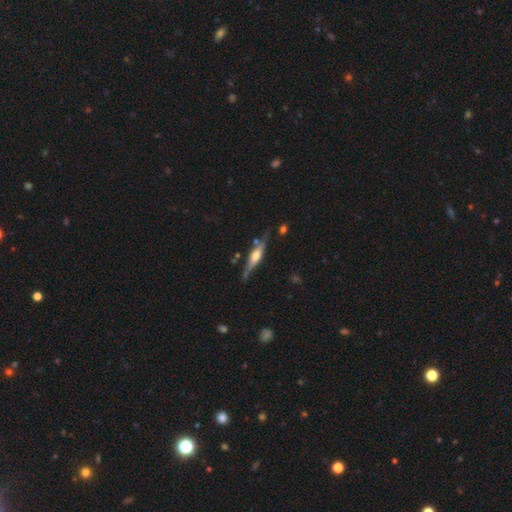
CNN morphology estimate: Smooth or featured? featured or disk (66%)
Edge-on disk? yes (93%)
Edge-on bulge? rounded (80%)
Merging? none (72%)